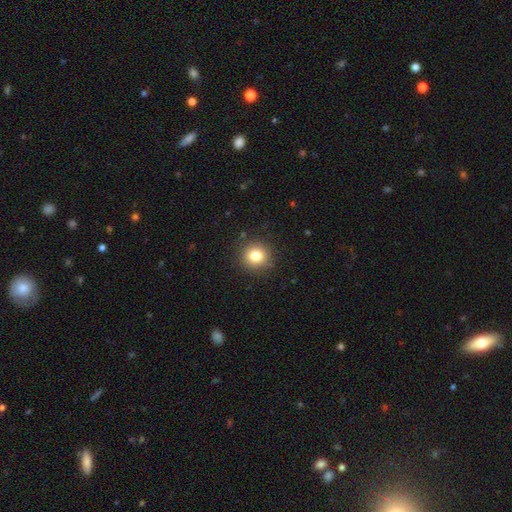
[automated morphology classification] Smooth or featured? smooth (80%)
How rounded? round (90%)
Merging? none (89%)